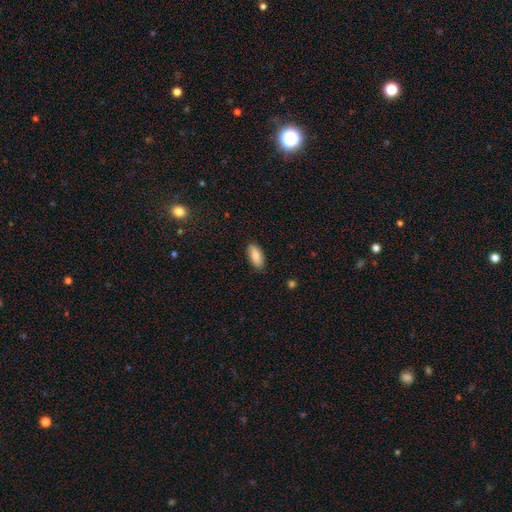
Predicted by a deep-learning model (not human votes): smooth_or_featured: smooth (p=0.82) [alt: featured or disk p=0.11]
how_rounded: in between (p=0.89) [alt: cigar-shaped p=0.09]
merging: none (p=0.86) [alt: minor disturbance p=0.11]